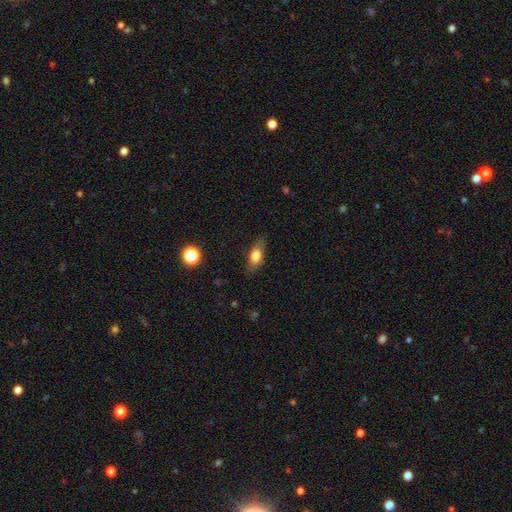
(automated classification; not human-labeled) Smooth or featured? Predicted: smooth (p=0.74). How rounded? Predicted: in between (p=0.74). Merging? Predicted: none (p=0.77).